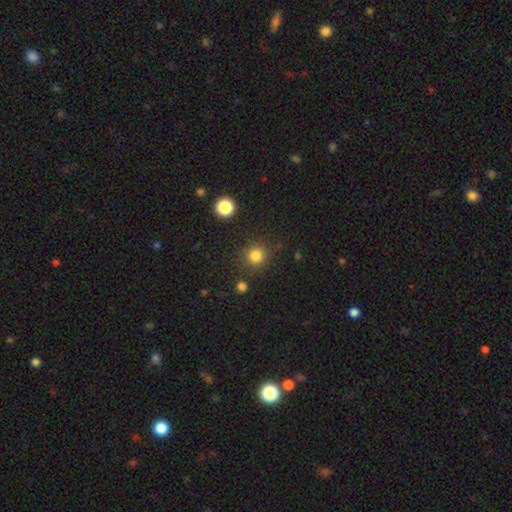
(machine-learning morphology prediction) type=smooth (82%); roundness=round (92%); merging=none (86%).